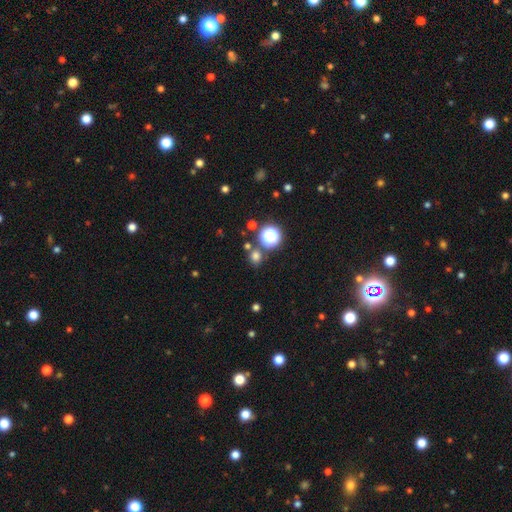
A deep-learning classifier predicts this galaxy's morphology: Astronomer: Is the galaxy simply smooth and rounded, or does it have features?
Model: smooth — 69%.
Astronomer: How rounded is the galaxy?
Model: round — 83%.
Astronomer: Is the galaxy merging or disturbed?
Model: none — 78%.